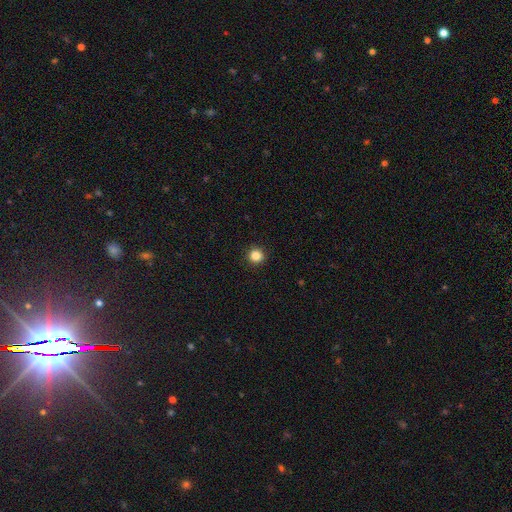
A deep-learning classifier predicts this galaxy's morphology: Smooth or featured: smooth — 85% (star or artifact — 11%)
How rounded: round — 94% (in between — 5%)
Merging: none — 93% (minor disturbance — 5%)